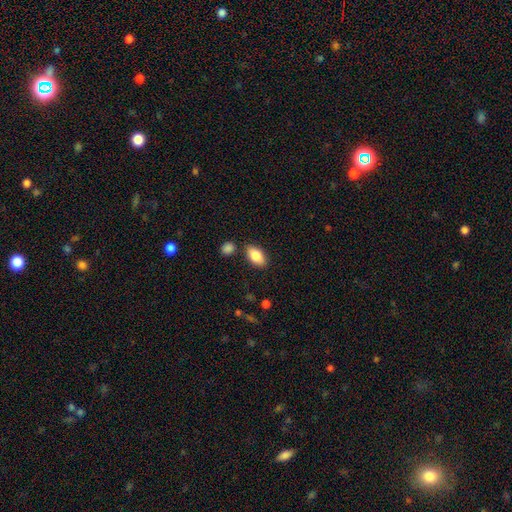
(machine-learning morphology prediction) Smooth or featured: smooth — 84% (featured or disk — 9%)
How rounded: in between — 92% (round — 5%)
Merging: none — 82% (minor disturbance — 11%)